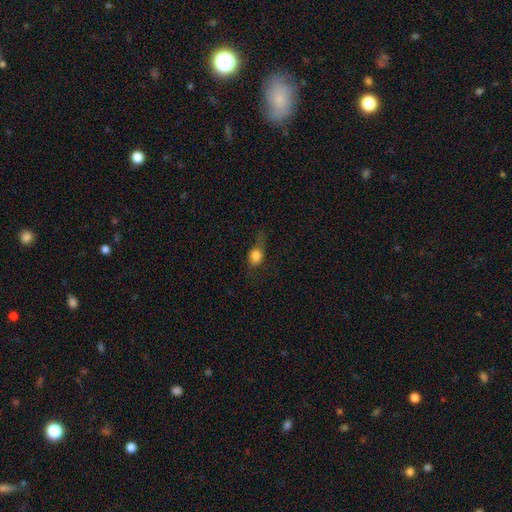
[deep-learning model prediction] The model was most divided on "merging": none: 44%, minor disturbance: 31%, major disturbance: 22%, merger: 2%. More confident: smooth or featured — smooth (76%); how rounded — in between (54%).